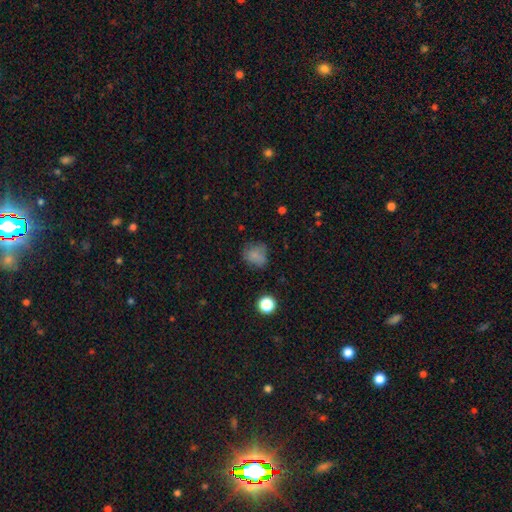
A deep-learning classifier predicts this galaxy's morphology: This is likely a smooth galaxy (72%). How rounded: likely round (60%). Merging: possibly none (53%).